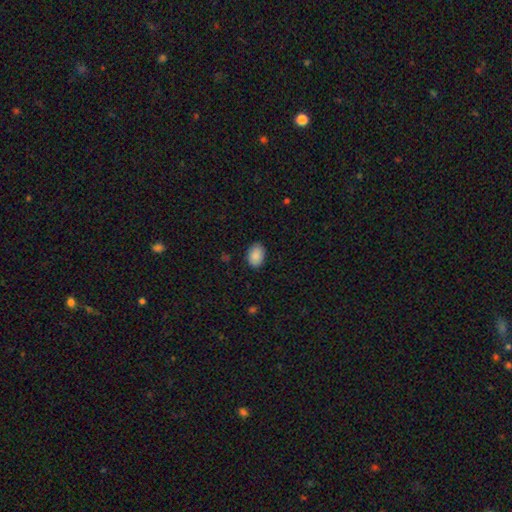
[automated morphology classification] Smooth or featured? Predicted: smooth (p=0.90). How rounded? Predicted: in between (p=0.82). Merging? Predicted: none (p=0.85).